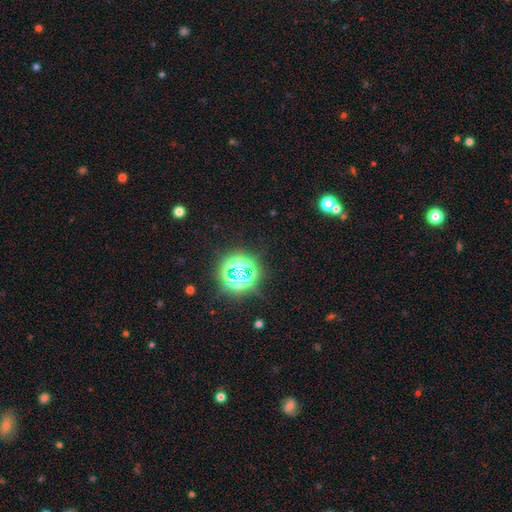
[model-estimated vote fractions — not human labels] smooth_or_featured: star or artifact (p=0.81) [alt: smooth p=0.12]